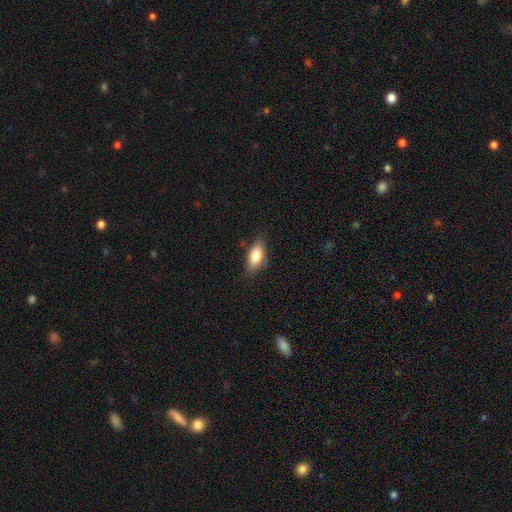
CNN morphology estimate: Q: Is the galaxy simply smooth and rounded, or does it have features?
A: smooth — 81%.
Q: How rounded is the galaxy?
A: in between — 85%.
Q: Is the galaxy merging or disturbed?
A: none — 78%.